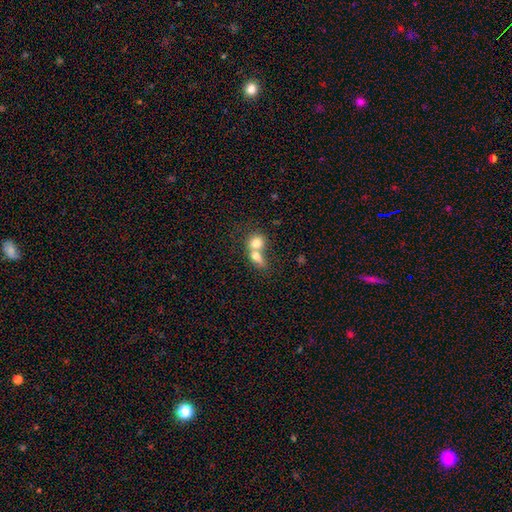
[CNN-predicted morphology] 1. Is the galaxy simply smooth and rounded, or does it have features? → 72% smooth, 19% featured or disk, 9% star or artifact.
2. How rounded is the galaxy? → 49% round, 47% in between, 4% cigar-shaped.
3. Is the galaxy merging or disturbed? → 73% merger, 18% none, 5% minor disturbance, 4% major disturbance.